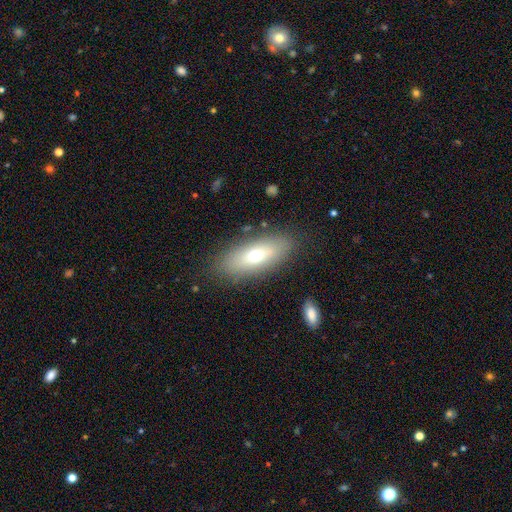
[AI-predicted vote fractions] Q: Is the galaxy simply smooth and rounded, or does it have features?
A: smooth — 62%.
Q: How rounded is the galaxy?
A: in between — 73%.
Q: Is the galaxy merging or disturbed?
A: none — 84%.